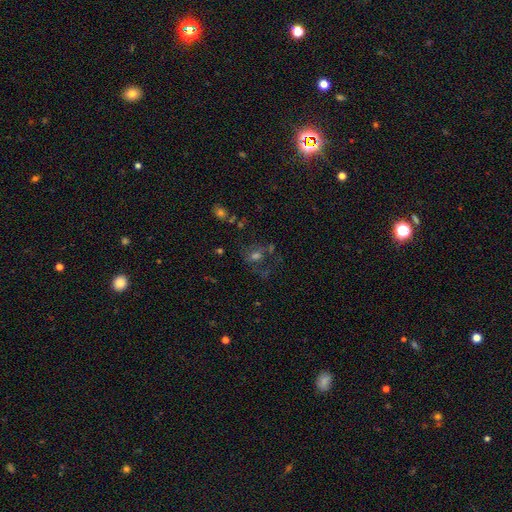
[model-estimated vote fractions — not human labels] smooth-or-featured: smooth: 38% | featured or disk: 31% | star or artifact: 31%
  merging: none: 54% | major disturbance: 19% | minor disturbance: 18% | merger: 10%